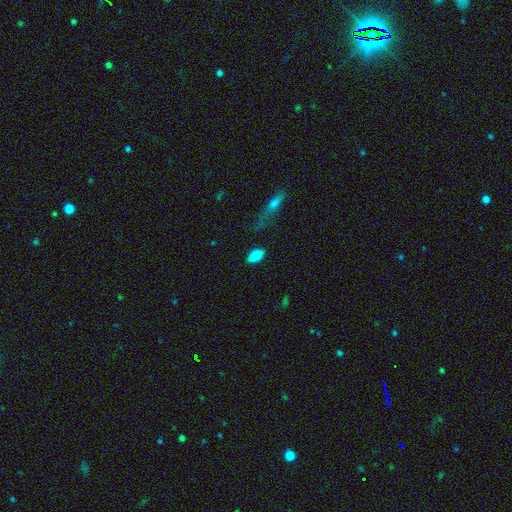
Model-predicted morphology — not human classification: Q: Smooth or featured?
A: smooth (84%); runner-up: featured or disk (9%)
Q: How rounded?
A: in between (91%); runner-up: cigar-shaped (5%)
Q: Merging?
A: none (84%); runner-up: minor disturbance (11%)